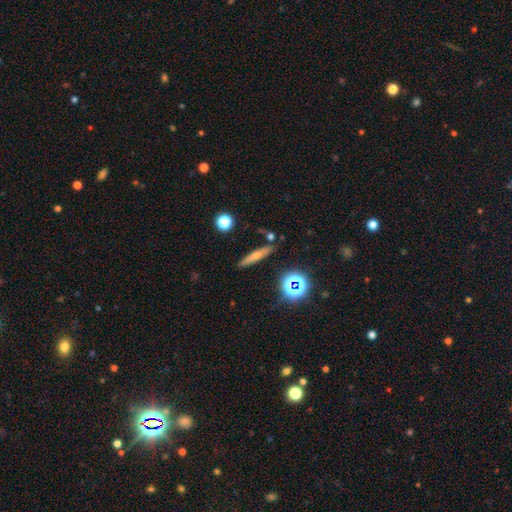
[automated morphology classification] smooth 58%, featured or disk 29%, star or artifact 13%. Down the decision tree: how rounded — cigar-shaped (85%); merging — none (85%).